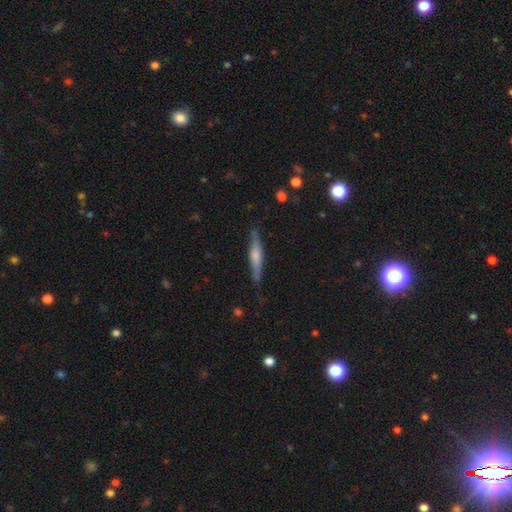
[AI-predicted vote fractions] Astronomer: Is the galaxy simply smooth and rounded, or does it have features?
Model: featured or disk — 57% (runner-up: smooth, 37%).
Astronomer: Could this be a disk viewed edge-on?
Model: yes — 94%.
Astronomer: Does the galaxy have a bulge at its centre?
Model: rounded — 62%.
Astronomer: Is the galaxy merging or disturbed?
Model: none — 81%.